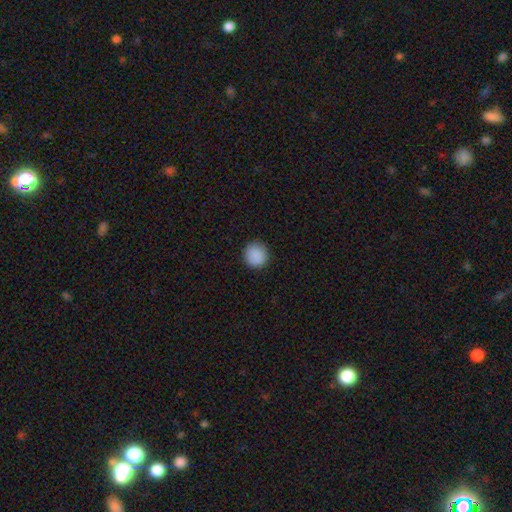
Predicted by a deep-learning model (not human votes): Smooth or featured? smooth (89%)
How rounded? round (92%)
Merging? none (91%)